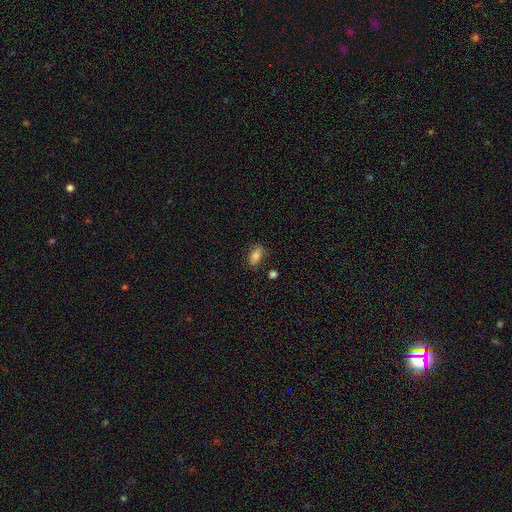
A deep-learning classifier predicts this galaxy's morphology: type=smooth (82%); roundness=in between (88%); merging=none (76%).